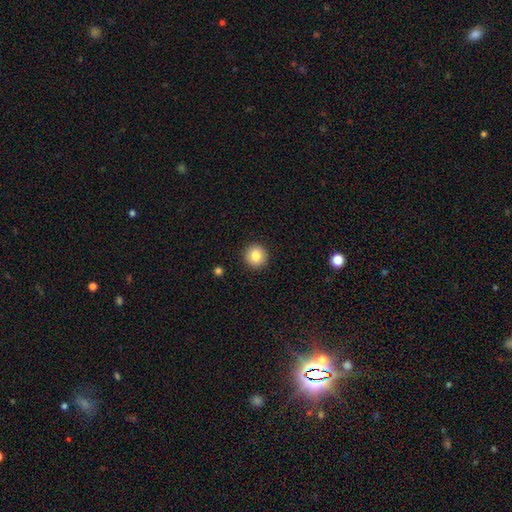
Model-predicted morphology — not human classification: smooth-or-featured: smooth: 85% | star or artifact: 9% | featured or disk: 6%
  how-rounded: round: 95% | in between: 4% | cigar-shaped: 1%
  merging: none: 92% | minor disturbance: 5% | major disturbance: 2% | merger: 1%